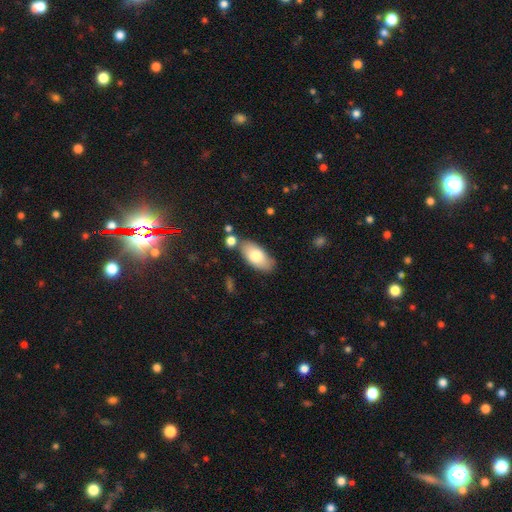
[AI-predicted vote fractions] This is likely a smooth galaxy (76%). How rounded: clearly in between (91%). Merging: likely none (75%).